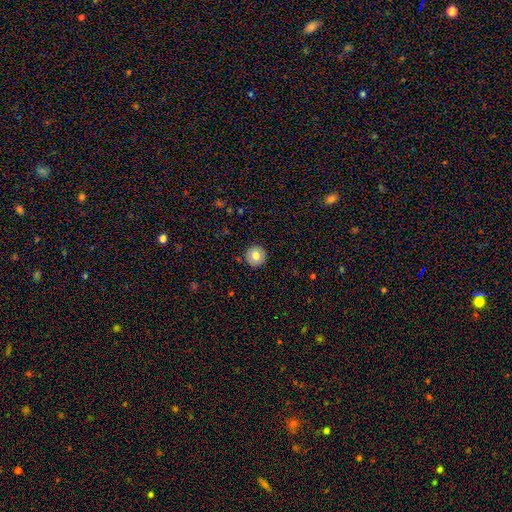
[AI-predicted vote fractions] Overall: smooth (77%). How rounded: round (96%). Merging: none (91%).